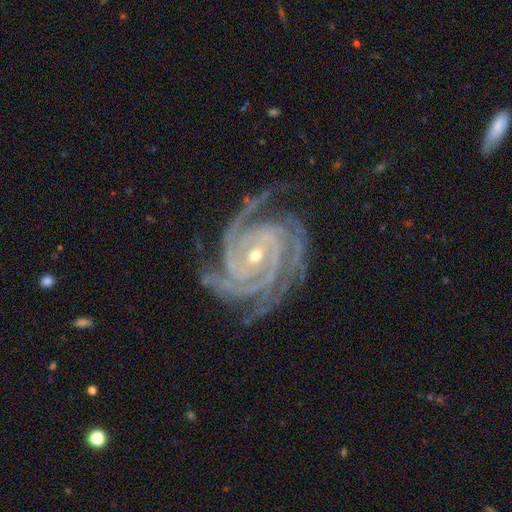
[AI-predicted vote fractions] smooth_or_featured: featured or disk (p=0.93) [alt: star or artifact p=0.04]
disk_edge_on: no (p=0.98) [alt: yes p=0.02]
bar: no (p=0.49) [alt: weak p=0.30]
has_spiral_arms: yes (p=0.99) [alt: no p=0.01]
spiral_winding: tight (p=0.77) [alt: medium p=0.20]
spiral_arm_count: 4 (p=0.33) [alt: 3 p=0.30]
bulge_size: small (p=0.67) [alt: moderate p=0.30]
merging: none (p=0.73) [alt: minor disturbance p=0.18]